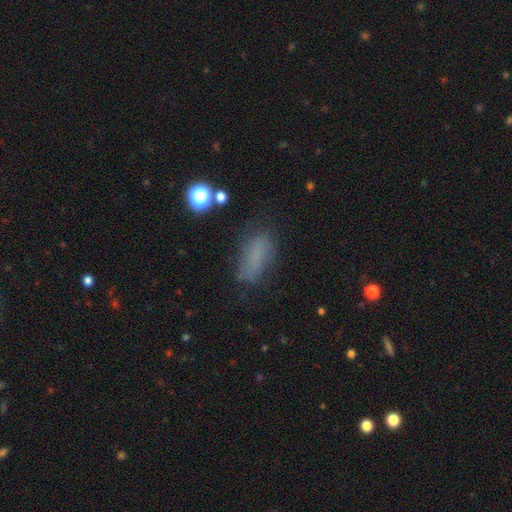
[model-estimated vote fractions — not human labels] Morphology: type=smooth (69%); roundness=in between (79%); merging=none (63%).